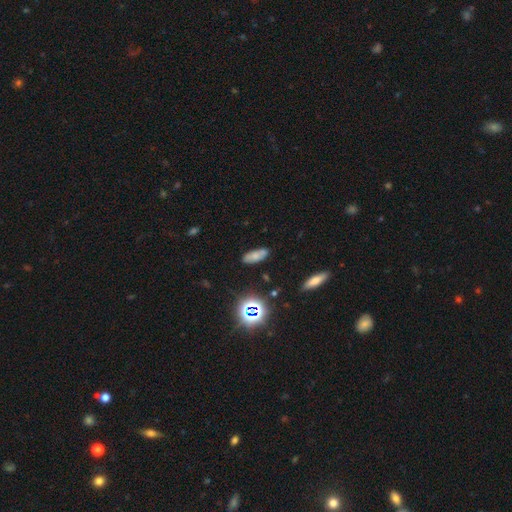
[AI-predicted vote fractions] Smooth or featured? Predicted: smooth (p=0.67). How rounded? Predicted: in between (p=0.73). Merging? Predicted: none (p=0.81).